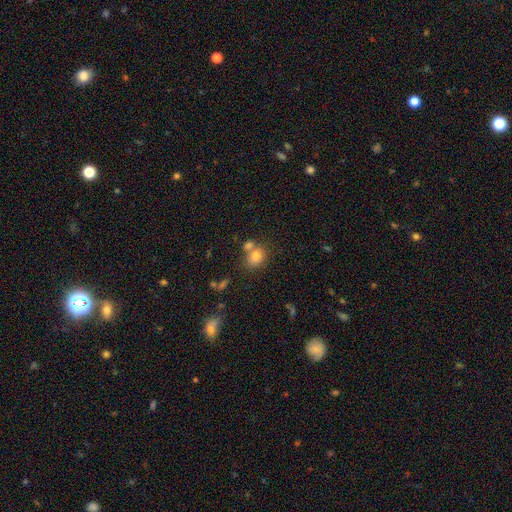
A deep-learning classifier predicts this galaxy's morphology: This is likely a smooth galaxy (78%). How rounded: possibly in between (52%). Merging: possibly none (54%).